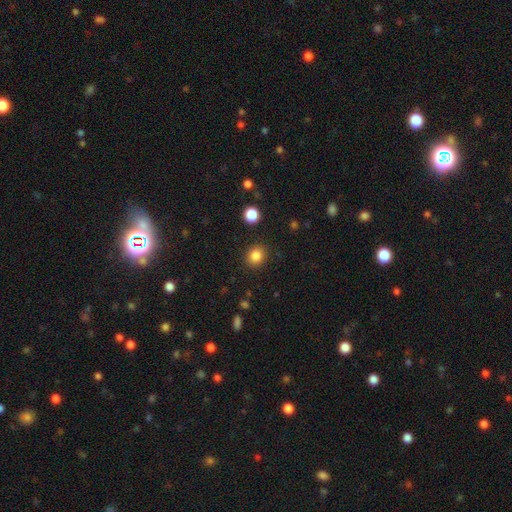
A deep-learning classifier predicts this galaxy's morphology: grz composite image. It shows a smooth galaxy with no disk features (84%) that is round (74%). Merging: none (89%).